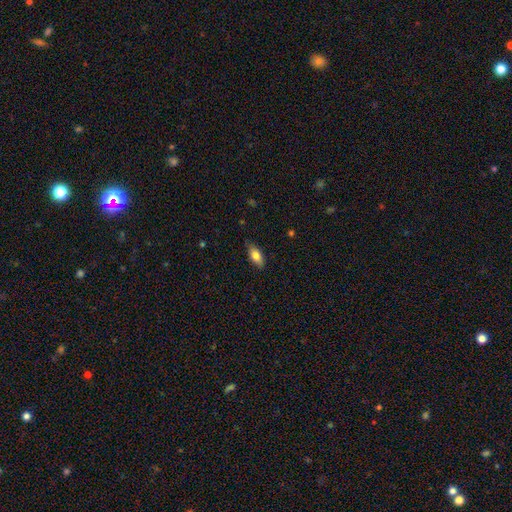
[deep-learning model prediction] Q: Smooth or featured?
A: smooth (78%); runner-up: featured or disk (15%)
Q: How rounded?
A: in between (83%); runner-up: cigar-shaped (14%)
Q: Merging?
A: none (81%); runner-up: minor disturbance (15%)